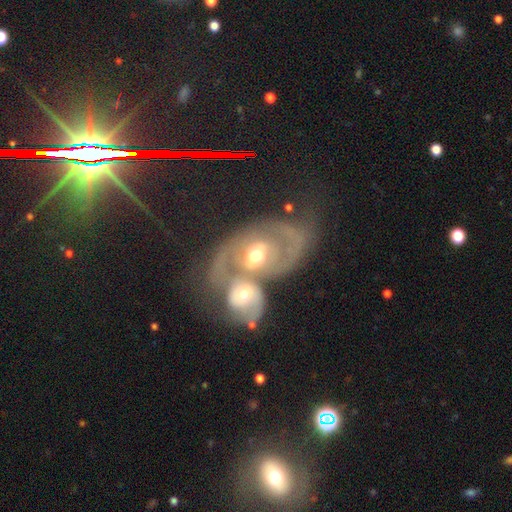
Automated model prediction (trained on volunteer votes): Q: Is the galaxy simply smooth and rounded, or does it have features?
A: featured or disk — 79%.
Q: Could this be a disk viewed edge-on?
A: no — 96%.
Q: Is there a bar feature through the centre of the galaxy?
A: no — 56%.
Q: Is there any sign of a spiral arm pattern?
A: yes — 82%.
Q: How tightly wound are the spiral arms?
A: medium — 44%.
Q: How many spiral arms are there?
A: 2 — 68%.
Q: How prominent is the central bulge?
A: moderate — 68%.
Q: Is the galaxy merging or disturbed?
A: merger — 73%.